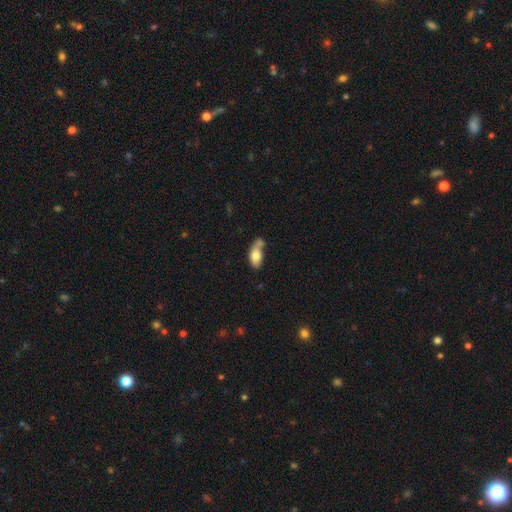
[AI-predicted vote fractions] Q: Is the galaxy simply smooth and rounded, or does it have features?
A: smooth — 76%.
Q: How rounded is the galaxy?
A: in between — 88%.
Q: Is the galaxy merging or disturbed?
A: merger — 37%.